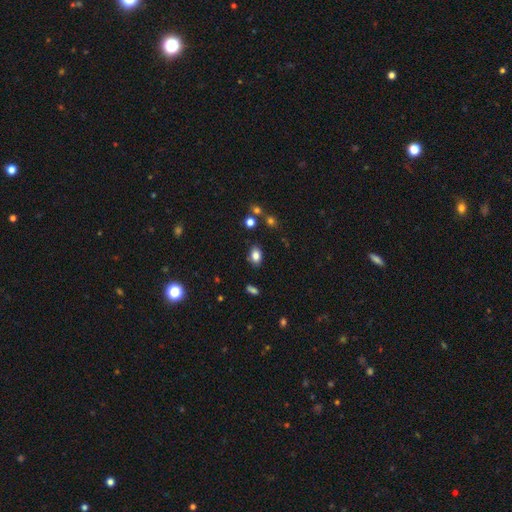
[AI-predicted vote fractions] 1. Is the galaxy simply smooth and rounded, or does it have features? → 82% smooth, 11% star or artifact, 7% featured or disk.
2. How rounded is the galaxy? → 77% in between, 21% round, 1% cigar-shaped.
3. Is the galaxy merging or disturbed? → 83% none, 12% minor disturbance, 3% merger, 3% major disturbance.